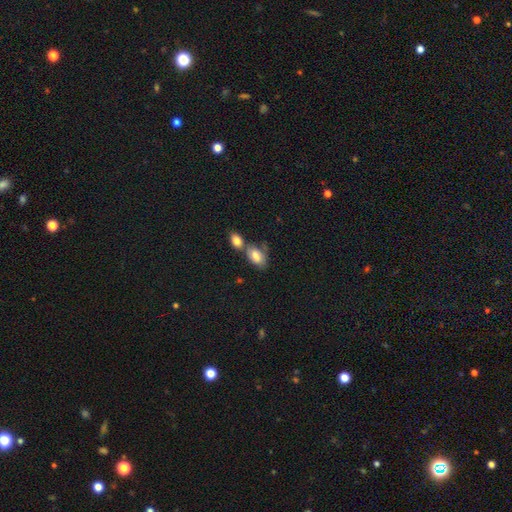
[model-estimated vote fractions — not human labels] Smooth or featured? Predicted: smooth (p=0.79). How rounded? Predicted: in between (p=0.91). Merging? Predicted: merger (p=0.43).